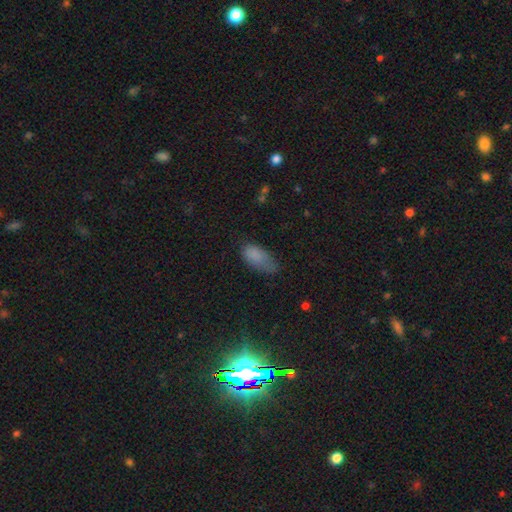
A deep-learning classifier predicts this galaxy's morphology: A smooth galaxy with no disk features (81%) that is in between round and cigar-shaped (89%).

Vote fractions:
- Smooth or featured? smooth: 81% / star or artifact: 10% / featured or disk: 8%
- How rounded? in between: 89% / cigar-shaped: 8% / round: 3%
- Merging? none: 44% / minor disturbance: 37% / major disturbance: 16% / merger: 3%